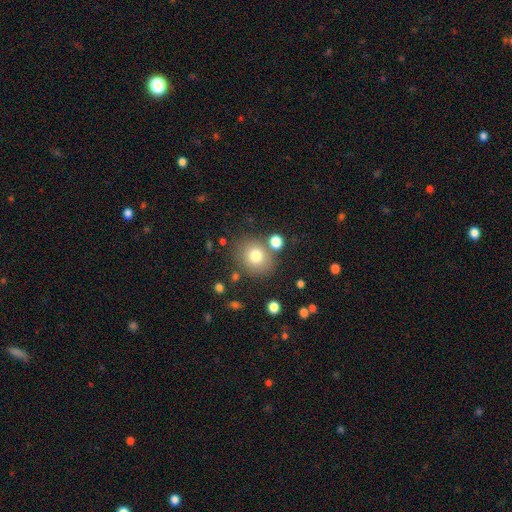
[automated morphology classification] smooth_or_featured: smooth (p=0.76) [alt: featured or disk p=0.12]
how_rounded: round (p=0.76) [alt: in between p=0.24]
merging: none (p=0.75) [alt: minor disturbance p=0.12]